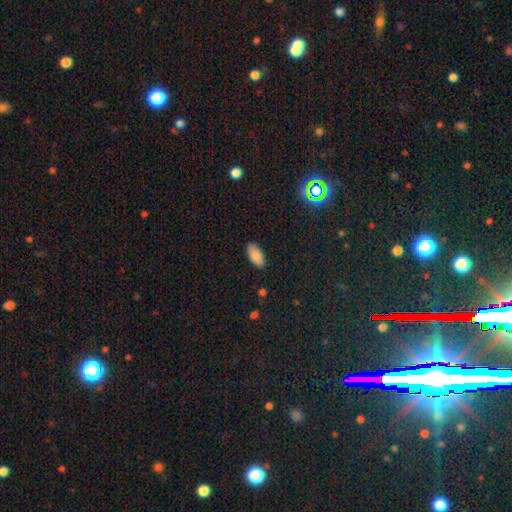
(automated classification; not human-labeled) A smooth galaxy with no disk features (87%) that is in between round and cigar-shaped (92%).

Vote fractions:
- Smooth or featured? smooth: 87% / star or artifact: 7% / featured or disk: 6%
- How rounded? in between: 92% / cigar-shaped: 6% / round: 2%
- Merging? none: 89% / minor disturbance: 8% / major disturbance: 2% / merger: 1%